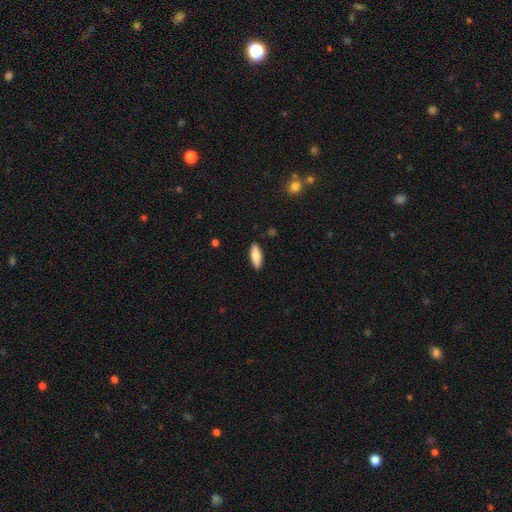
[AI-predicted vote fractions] smooth 78%, featured or disk 16%, star or artifact 6%. Down the decision tree: how rounded — in between (61%); merging — none (89%).